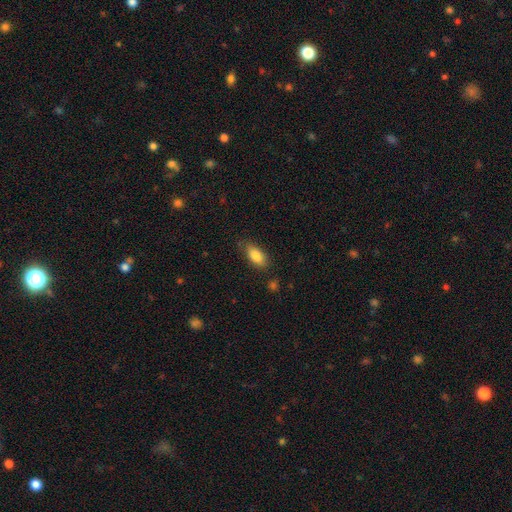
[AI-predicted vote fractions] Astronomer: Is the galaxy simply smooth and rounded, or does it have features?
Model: smooth — 85%.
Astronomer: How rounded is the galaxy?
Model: in between — 88%.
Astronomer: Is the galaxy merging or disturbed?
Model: none — 79%.